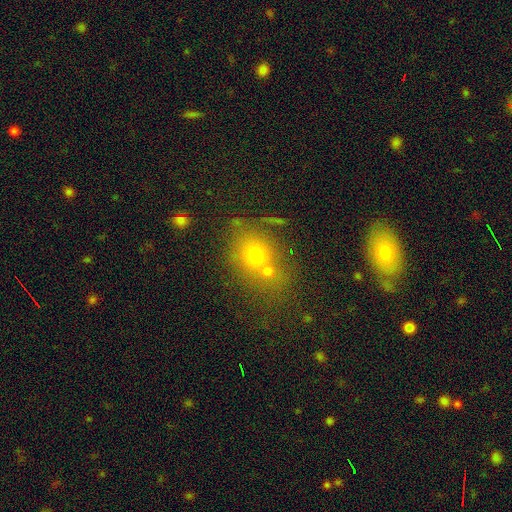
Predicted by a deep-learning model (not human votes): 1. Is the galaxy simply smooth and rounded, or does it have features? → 65% smooth, 18% star or artifact, 17% featured or disk.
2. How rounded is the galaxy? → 62% round, 36% in between, 2% cigar-shaped.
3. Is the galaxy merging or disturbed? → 49% none, 34% merger, 12% minor disturbance, 5% major disturbance.